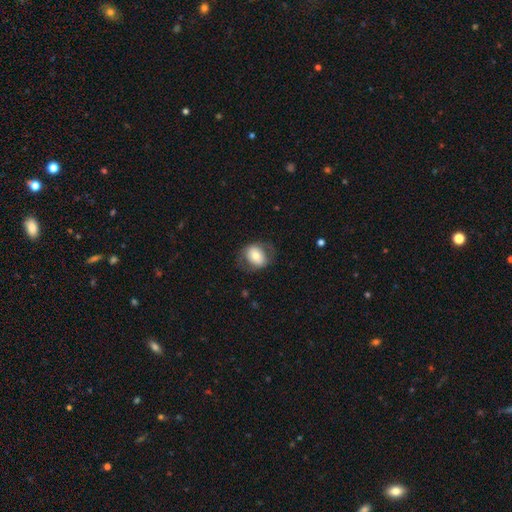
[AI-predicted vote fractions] Smooth or featured: smooth — 64% (featured or disk — 29%)
How rounded: in between — 53% (round — 46%)
Merging: none — 69% (minor disturbance — 17%)